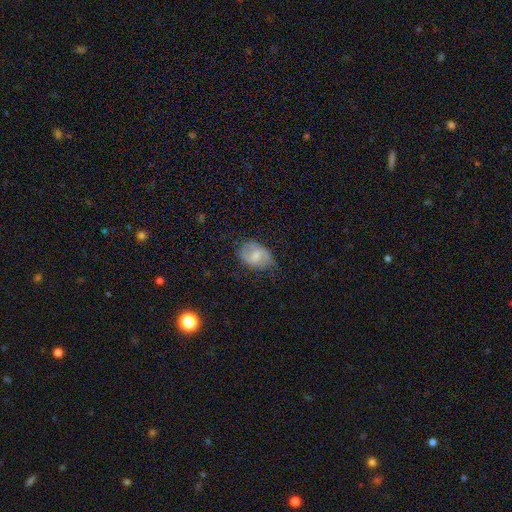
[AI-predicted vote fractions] smooth_or_featured: smooth (p=0.50) [alt: featured or disk p=0.43]
merging: none (p=0.62) [alt: minor disturbance p=0.28]